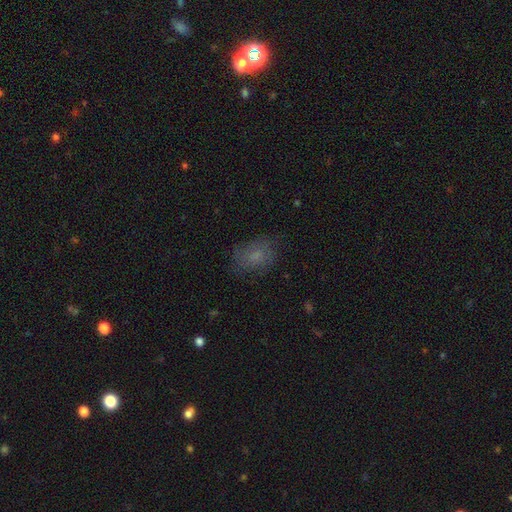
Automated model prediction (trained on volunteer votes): Smooth or featured: smooth — 69% (featured or disk — 18%)
How rounded: in between — 77% (round — 21%)
Merging: none — 70% (minor disturbance — 19%)